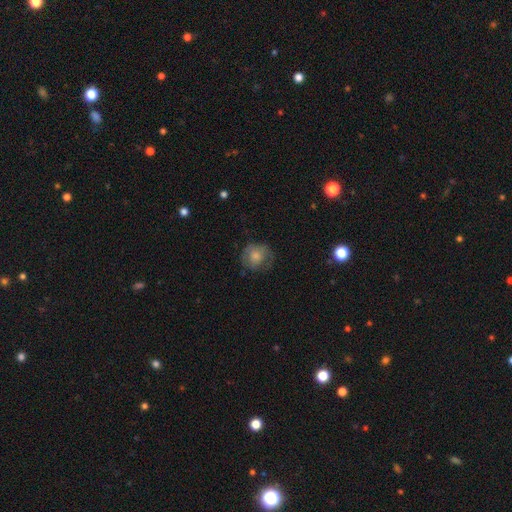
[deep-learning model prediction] smooth 65%, featured or disk 27%, star or artifact 8%. Down the decision tree: how rounded — round (84%); merging — none (64%).